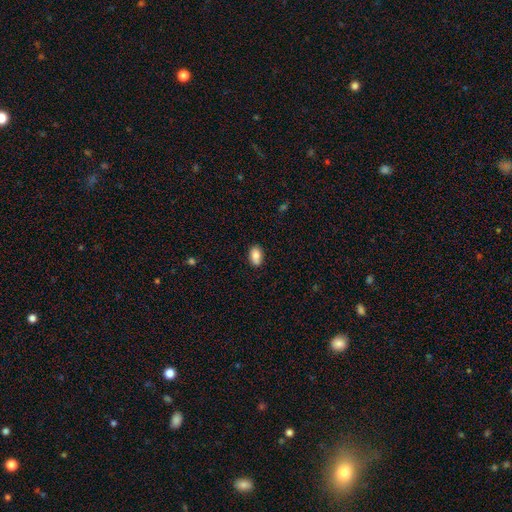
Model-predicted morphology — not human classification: Smooth or featured? Predicted: smooth (p=0.85). How rounded? Predicted: in between (p=0.89). Merging? Predicted: none (p=0.83).